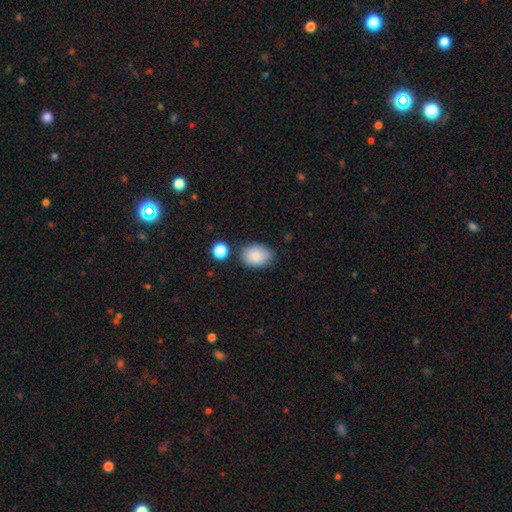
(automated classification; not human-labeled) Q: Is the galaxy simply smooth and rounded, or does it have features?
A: smooth — 86%.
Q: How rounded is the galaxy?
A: in between — 78%.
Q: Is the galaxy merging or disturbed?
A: none — 76%.